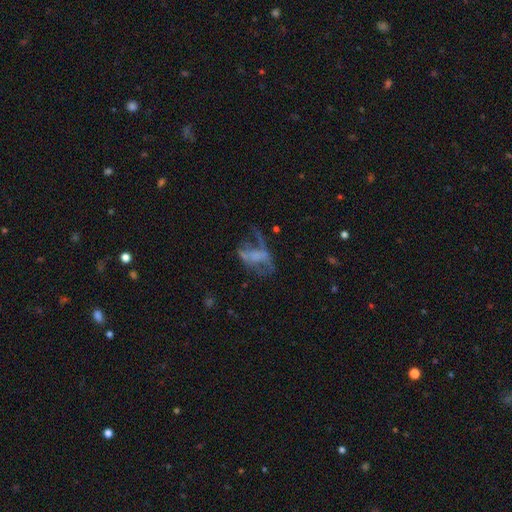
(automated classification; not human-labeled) Smooth or featured? Predicted: featured or disk (p=0.60). Edge-on disk? Predicted: no (p=0.95). Bar? Predicted: no (p=0.73). Spiral arms? Predicted: no (p=0.65). Bulge size? Predicted: none (p=0.66). Merging? Predicted: major disturbance (p=0.47).